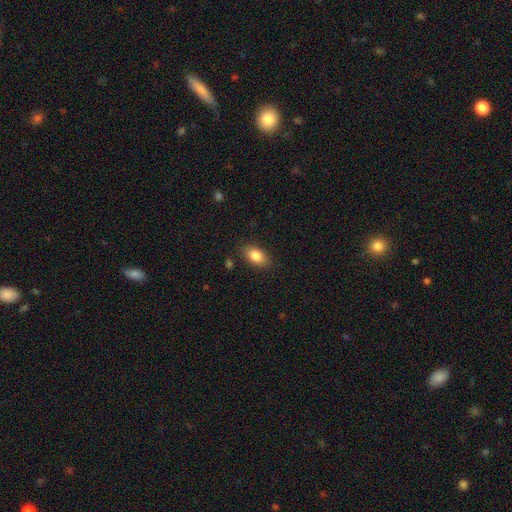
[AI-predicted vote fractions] smooth_or_featured: smooth (p=0.85) [alt: star or artifact p=0.08]
how_rounded: in between (p=0.90) [alt: round p=0.07]
merging: none (p=0.86) [alt: minor disturbance p=0.10]